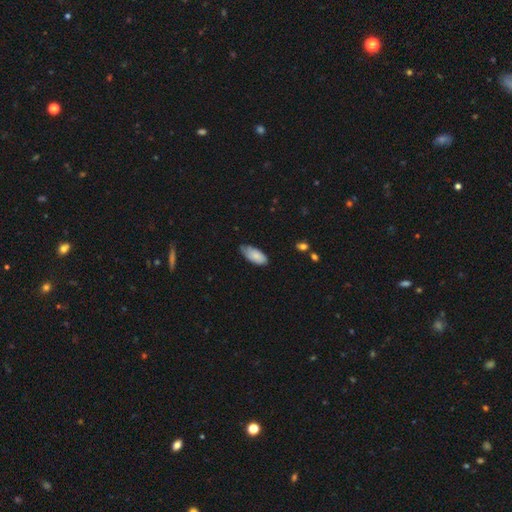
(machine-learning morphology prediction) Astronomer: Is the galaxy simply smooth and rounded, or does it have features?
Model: smooth — 81%.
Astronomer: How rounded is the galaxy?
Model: in between — 90%.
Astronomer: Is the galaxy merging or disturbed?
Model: none — 52% (runner-up: minor disturbance, 40%).